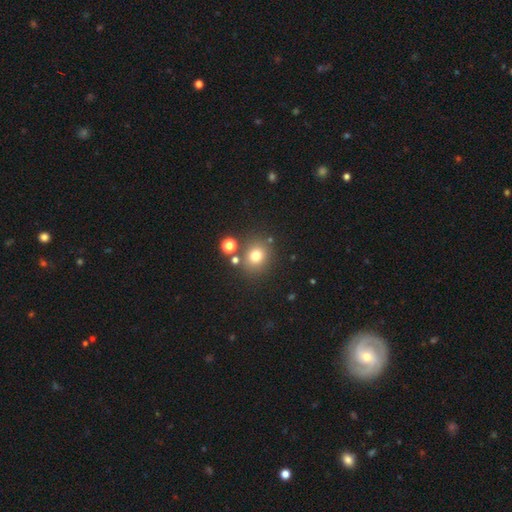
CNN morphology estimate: A smooth galaxy with no disk features (75%) that is round (80%).

Vote fractions:
- Smooth or featured? smooth: 75% / star or artifact: 17% / featured or disk: 9%
- How rounded? round: 80% / in between: 19% / cigar-shaped: 1%
- Merging? none: 78% / minor disturbance: 10% / merger: 9% / major disturbance: 4%